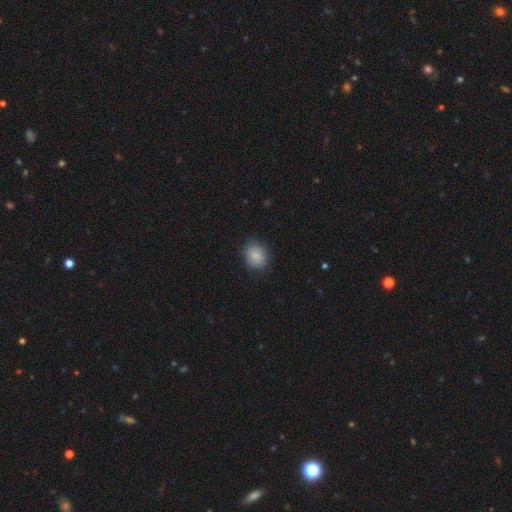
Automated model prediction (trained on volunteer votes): Smooth or featured: smooth — 86% (star or artifact — 8%)
How rounded: round — 66% (in between — 33%)
Merging: none — 83% (minor disturbance — 13%)